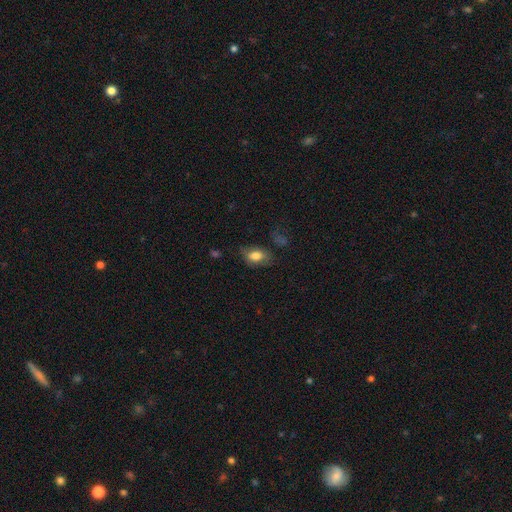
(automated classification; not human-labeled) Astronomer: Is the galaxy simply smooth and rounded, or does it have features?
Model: smooth — 77%.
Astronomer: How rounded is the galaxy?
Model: in between — 84%.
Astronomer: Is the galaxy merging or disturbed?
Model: none — 59%.